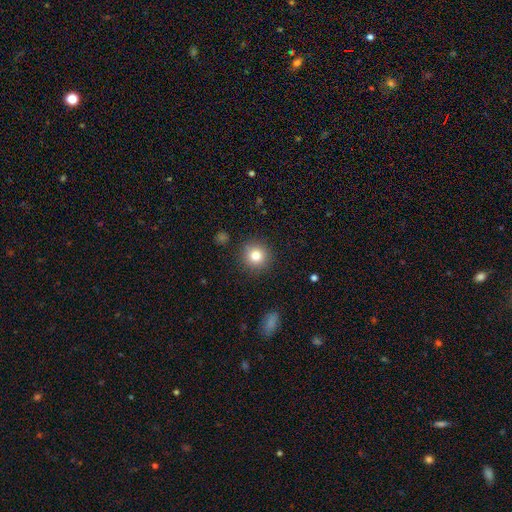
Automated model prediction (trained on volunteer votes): Q: Smooth or featured?
A: smooth (81%); runner-up: star or artifact (11%)
Q: How rounded?
A: round (94%); runner-up: in between (5%)
Q: Merging?
A: none (89%); runner-up: minor disturbance (7%)